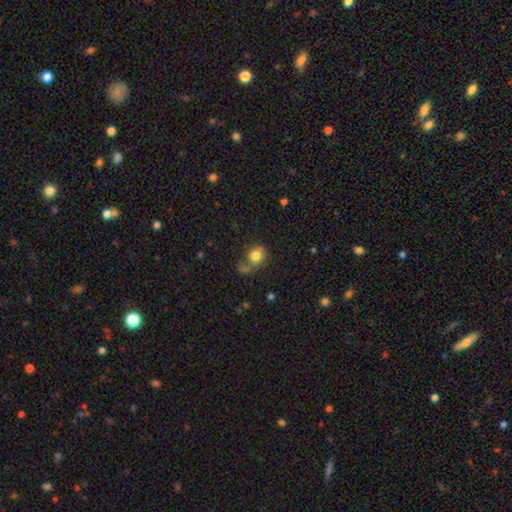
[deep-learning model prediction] smooth 79%, featured or disk 11%, star or artifact 10%. Down the decision tree: how rounded — round (71%); merging — none (46%).